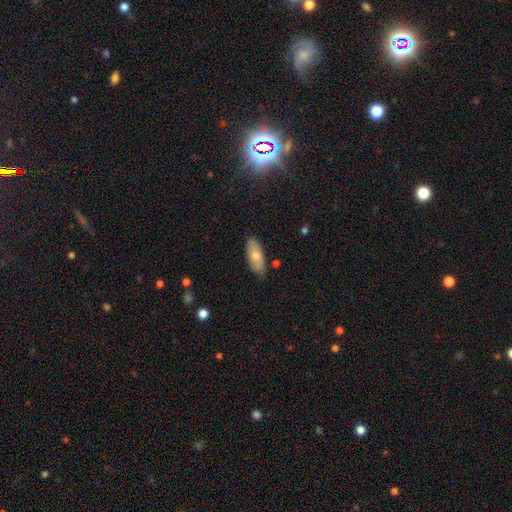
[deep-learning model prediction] The model was most divided on "smooth or featured": smooth: 61%, featured or disk: 30%, star or artifact: 8%. More confident: merging — none (84%); how rounded — in between (80%).